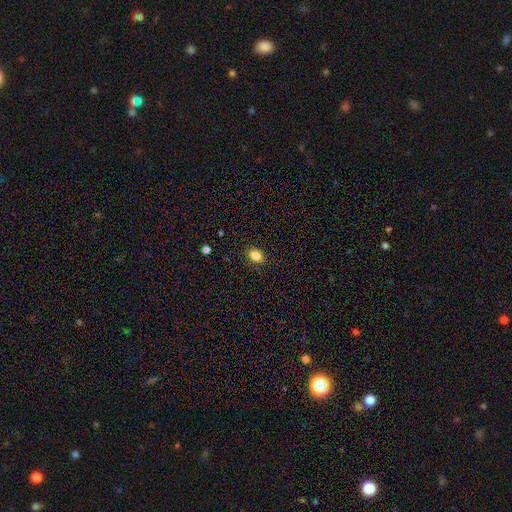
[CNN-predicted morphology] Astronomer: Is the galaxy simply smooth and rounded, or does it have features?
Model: smooth — 84%.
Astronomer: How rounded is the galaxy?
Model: in between — 61% (runner-up: round, 38%).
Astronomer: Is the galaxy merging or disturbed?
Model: none — 89%.